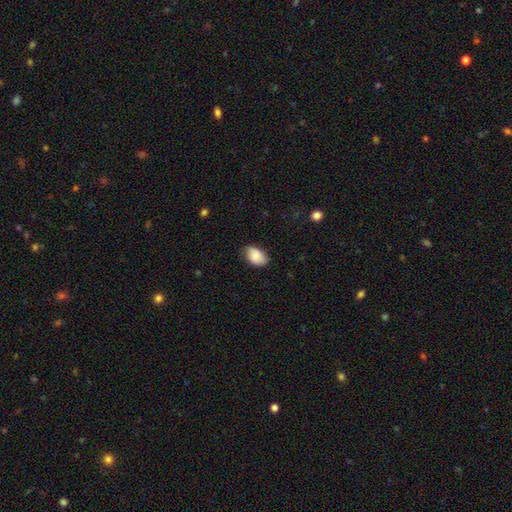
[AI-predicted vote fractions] The model was most divided on "merging": none: 79%, minor disturbance: 17%, major disturbance: 3%, merger: 1%. More confident: how rounded — in between (88%); smooth or featured — smooth (87%).